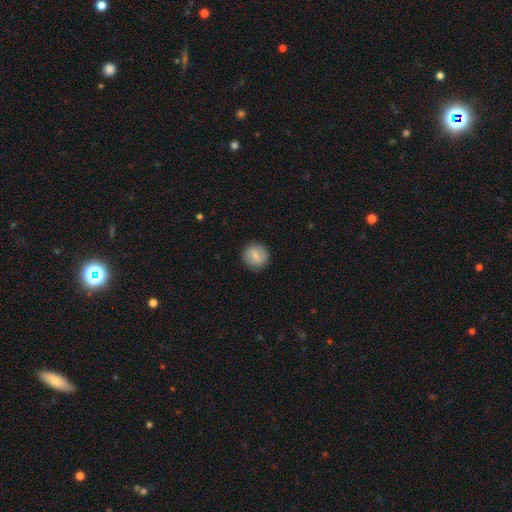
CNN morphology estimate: Q: Smooth or featured?
A: smooth (77%); runner-up: featured or disk (16%)
Q: How rounded?
A: round (91%); runner-up: in between (8%)
Q: Merging?
A: none (88%); runner-up: minor disturbance (9%)